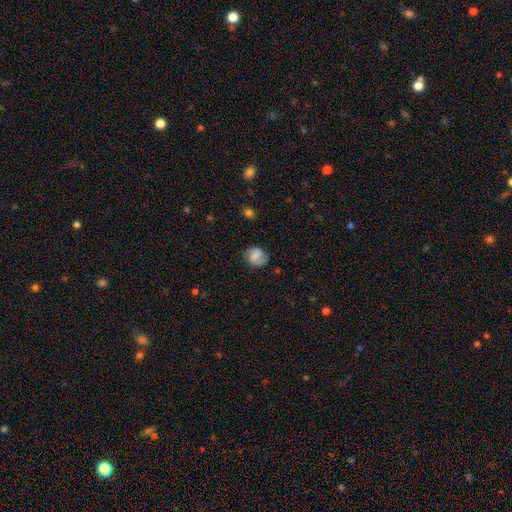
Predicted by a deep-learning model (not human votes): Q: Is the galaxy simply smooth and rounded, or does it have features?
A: featured or disk — 49%.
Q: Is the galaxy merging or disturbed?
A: none — 76%.